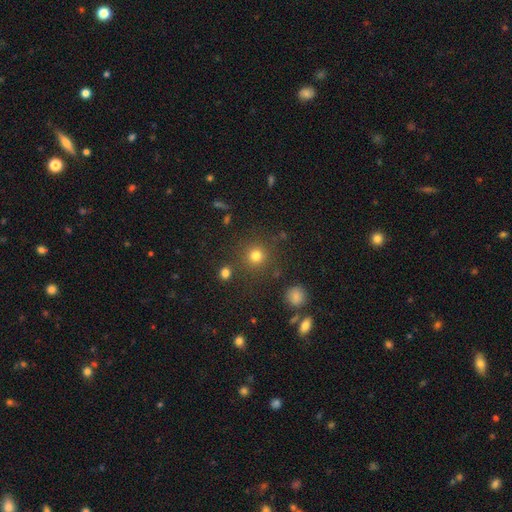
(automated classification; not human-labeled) Smooth or featured?
  - smooth: 79% *
  - star or artifact: 15%
  - featured or disk: 6%
How rounded?
  - round: 94% *
  - in between: 5%
  - cigar-shaped: 1%
Merging?
  - none: 85% *
  - minor disturbance: 7%
  - merger: 4%
  - major disturbance: 4%